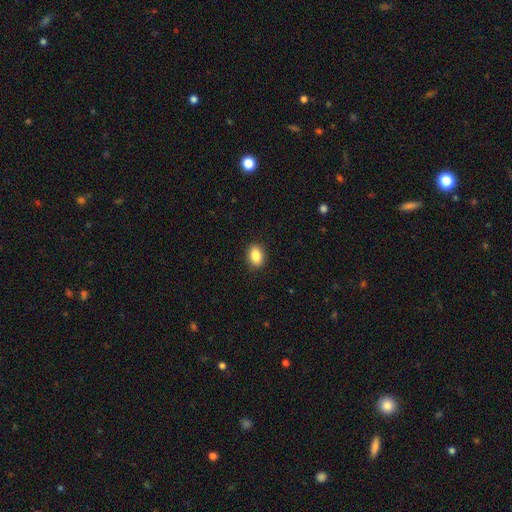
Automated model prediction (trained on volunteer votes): Q: Smooth or featured?
A: smooth (86%); runner-up: star or artifact (8%)
Q: How rounded?
A: in between (76%); runner-up: round (22%)
Q: Merging?
A: none (90%); runner-up: minor disturbance (7%)